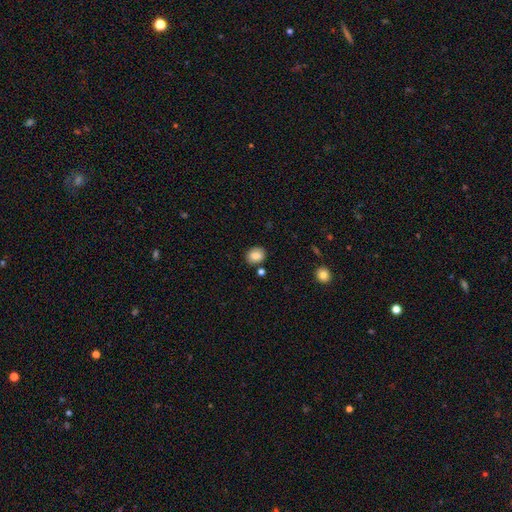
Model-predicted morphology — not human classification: type=smooth (85%); roundness=round (62%); merging=none (84%).